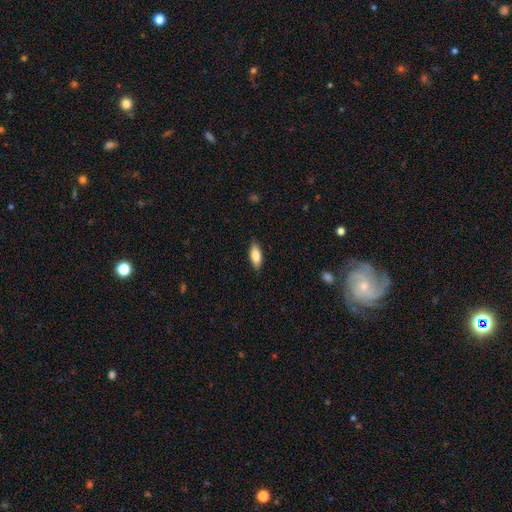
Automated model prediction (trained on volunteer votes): Smooth or featured?
  - smooth: 81% *
  - featured or disk: 13%
  - star or artifact: 6%
How rounded?
  - in between: 78% *
  - cigar-shaped: 19%
  - round: 2%
Merging?
  - none: 86% *
  - minor disturbance: 11%
  - major disturbance: 2%
  - merger: 1%